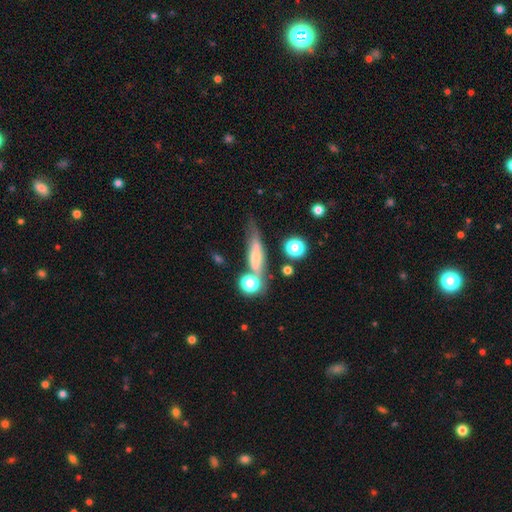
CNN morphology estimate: Smooth or featured? Predicted: smooth (p=0.45). Merging? Predicted: none (p=0.54).